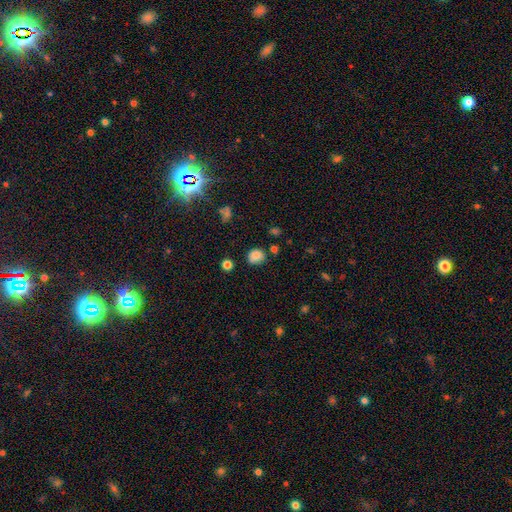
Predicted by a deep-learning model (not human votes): The model was most divided on "how rounded": round: 71%, in between: 27%, cigar-shaped: 1%. More confident: smooth or featured — smooth (81%); merging — none (71%).